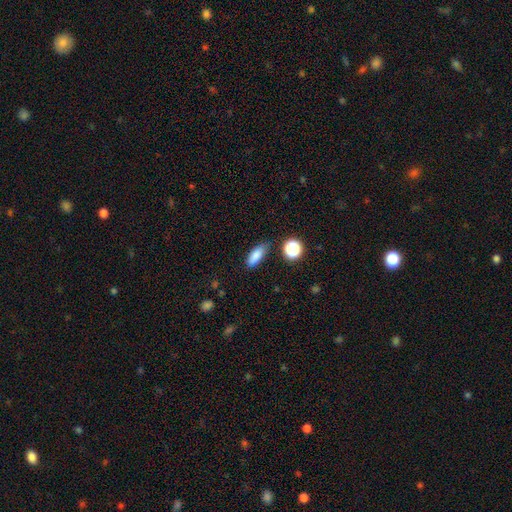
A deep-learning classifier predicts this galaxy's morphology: Q: Smooth or featured?
A: smooth (83%); runner-up: star or artifact (10%)
Q: How rounded?
A: in between (72%); runner-up: cigar-shaped (22%)
Q: Merging?
A: none (77%); runner-up: minor disturbance (16%)